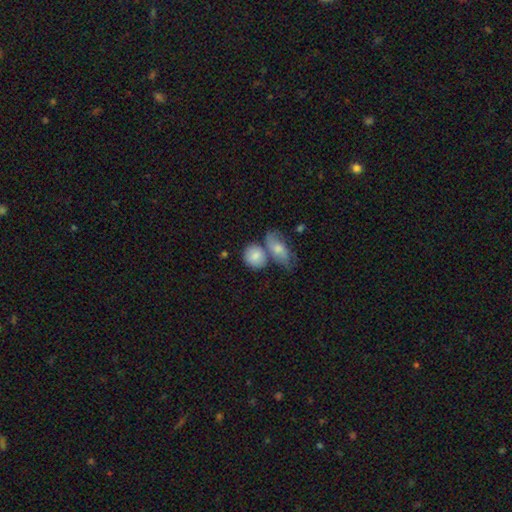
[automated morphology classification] smooth 80%, featured or disk 13%, star or artifact 7%. Down the decision tree: how rounded — round (57%); merging — none (44%).